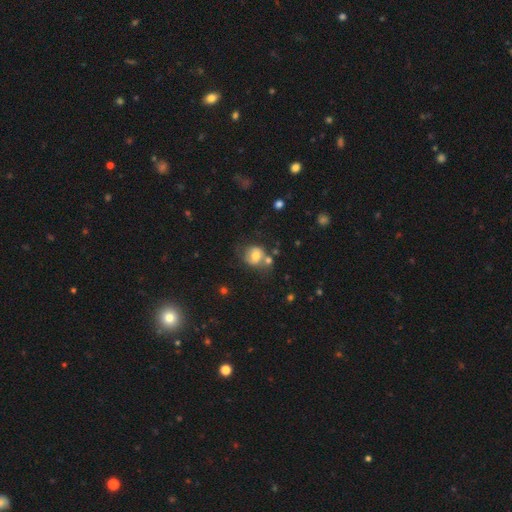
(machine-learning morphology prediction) Smooth or featured?
  - smooth: 61% *
  - featured or disk: 29%
  - star or artifact: 10%
How rounded?
  - round: 76% *
  - in between: 23%
  - cigar-shaped: 1%
Merging?
  - none: 48% *
  - merger: 23%
  - minor disturbance: 19%
  - major disturbance: 10%